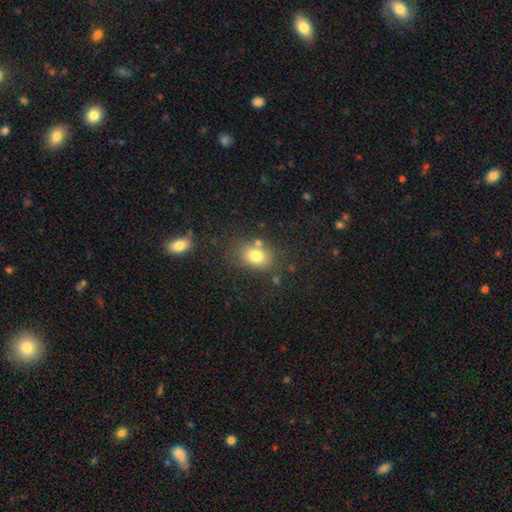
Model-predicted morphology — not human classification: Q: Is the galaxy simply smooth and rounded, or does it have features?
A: smooth — 77%.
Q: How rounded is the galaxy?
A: in between — 63%.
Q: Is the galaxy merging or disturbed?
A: none — 73%.